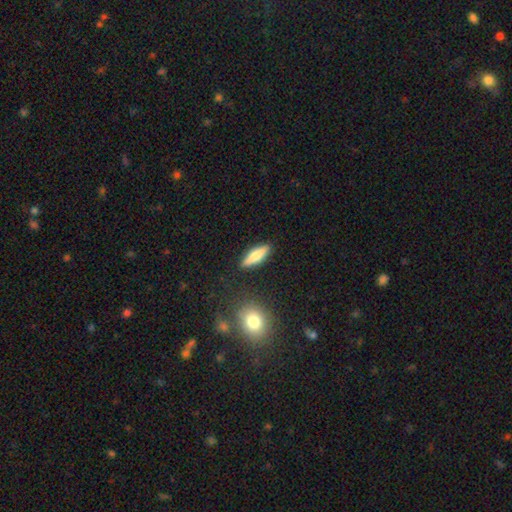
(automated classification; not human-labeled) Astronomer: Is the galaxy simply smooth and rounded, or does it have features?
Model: smooth — 61%.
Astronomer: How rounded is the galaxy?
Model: cigar-shaped — 64%.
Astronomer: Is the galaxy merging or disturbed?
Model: none — 87%.